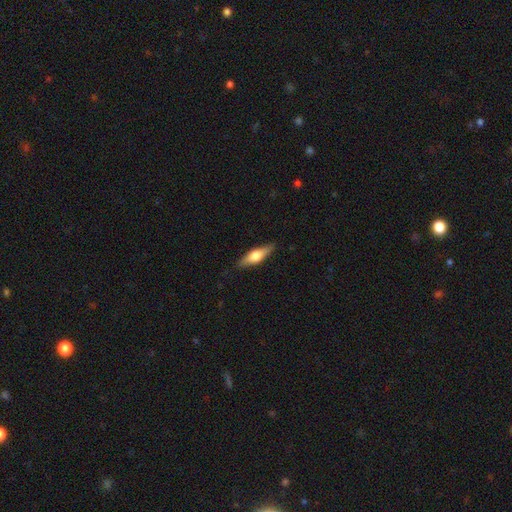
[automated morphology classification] smooth-or-featured: smooth: 47% (tied) | featured or disk: 47% (tied) | star or artifact: 6%
  merging: none: 86% | minor disturbance: 10% | major disturbance: 2% | merger: 1%